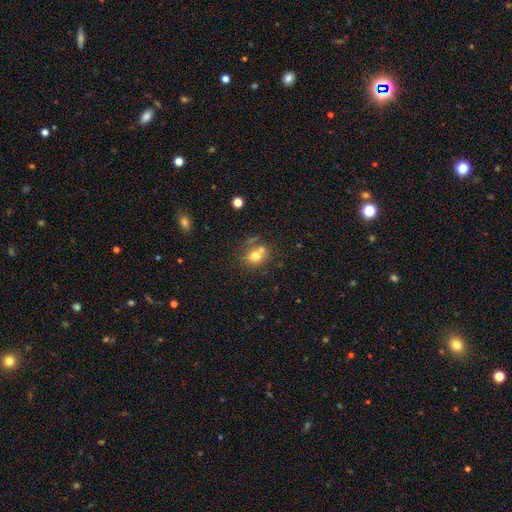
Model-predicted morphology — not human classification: type=smooth (72%); roundness=round (71%); merging=none (52%).